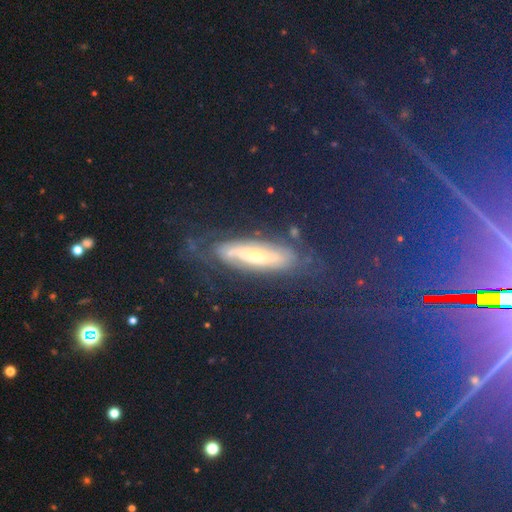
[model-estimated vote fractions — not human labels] Overall: featured or disk (67%). Edge-on disk: no (67%; yes 33%). Merging: none (70%).